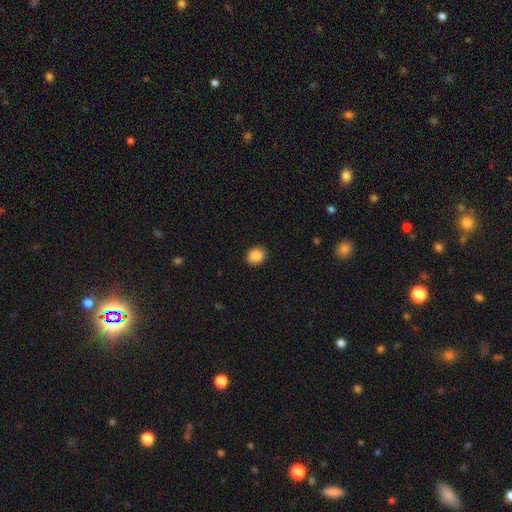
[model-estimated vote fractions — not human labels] Smooth or featured: smooth — 88% (star or artifact — 9%)
How rounded: round — 68% (in between — 31%)
Merging: none — 90% (minor disturbance — 7%)